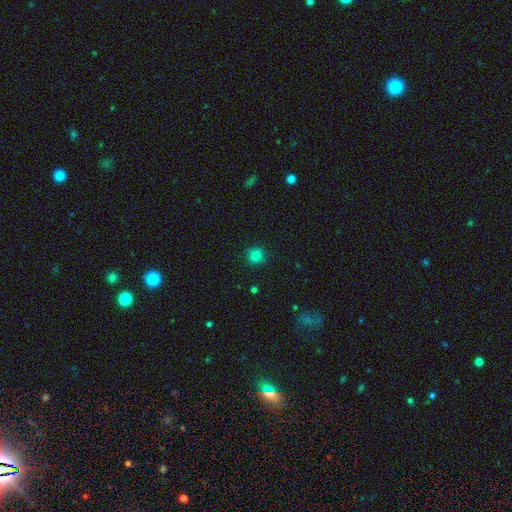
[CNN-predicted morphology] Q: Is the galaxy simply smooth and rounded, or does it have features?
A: smooth — 82%.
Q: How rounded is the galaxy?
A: round — 86%.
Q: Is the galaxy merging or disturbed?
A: none — 85%.